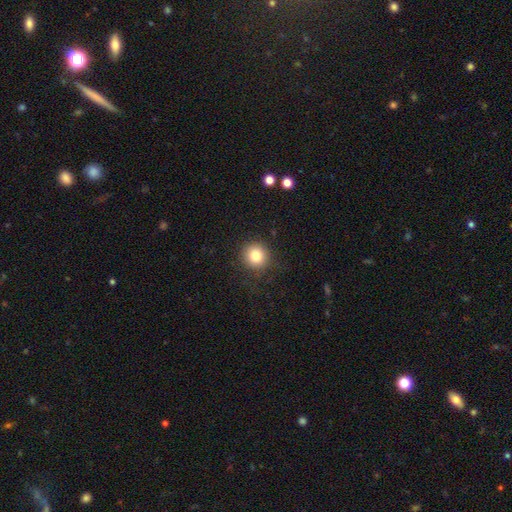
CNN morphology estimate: A smooth galaxy with no disk features (82%) that is round (93%). Merging: none (88%).